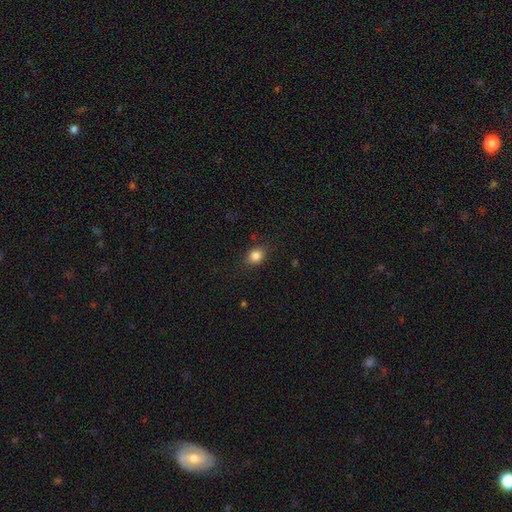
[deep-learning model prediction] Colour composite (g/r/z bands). It shows a smooth galaxy with no disk features (84%) that is round (53%). Merging: none (84%).